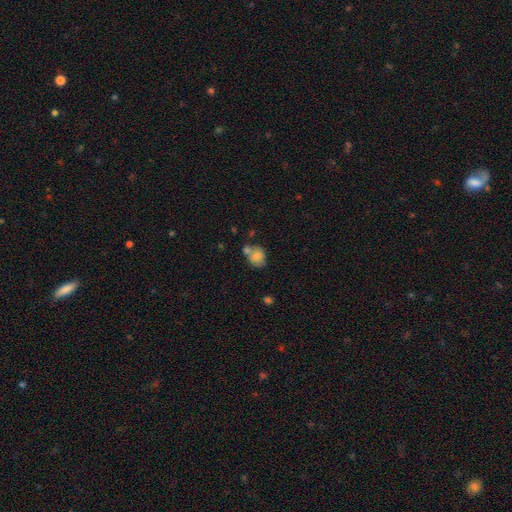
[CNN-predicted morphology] Smooth or featured?
  - smooth: 79% *
  - featured or disk: 12%
  - star or artifact: 9%
How rounded?
  - round: 57% *
  - in between: 42%
  - cigar-shaped: 1%
Merging?
  - none: 45% *
  - merger: 33%
  - minor disturbance: 16%
  - major disturbance: 6%